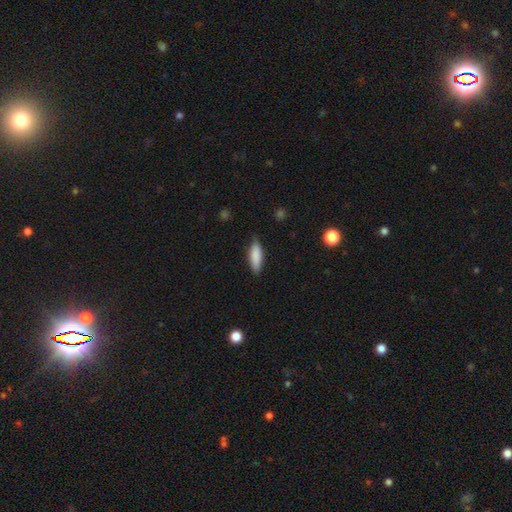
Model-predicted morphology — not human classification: Smooth or featured: smooth — 85% (featured or disk — 9%)
How rounded: in between — 50% (cigar-shaped — 48%)
Merging: none — 80% (minor disturbance — 16%)